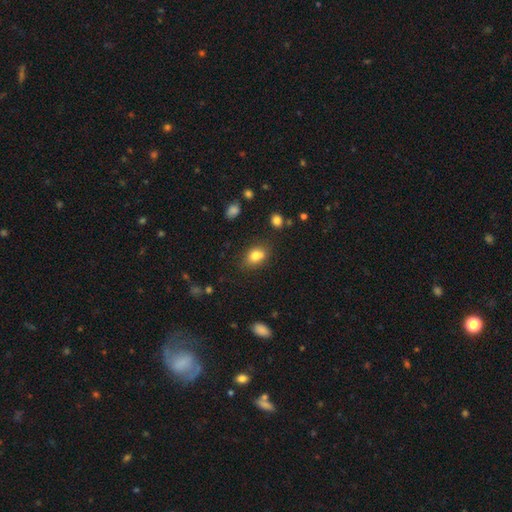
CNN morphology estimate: Overall: smooth (77%). How rounded: in between (71%). Merging: none (56%; merger 22%).